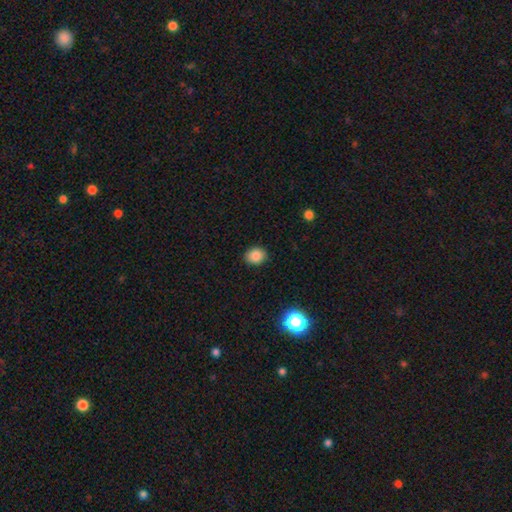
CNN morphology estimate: Smooth or featured? smooth (84%)
How rounded? round (60%)
Merging? none (88%)